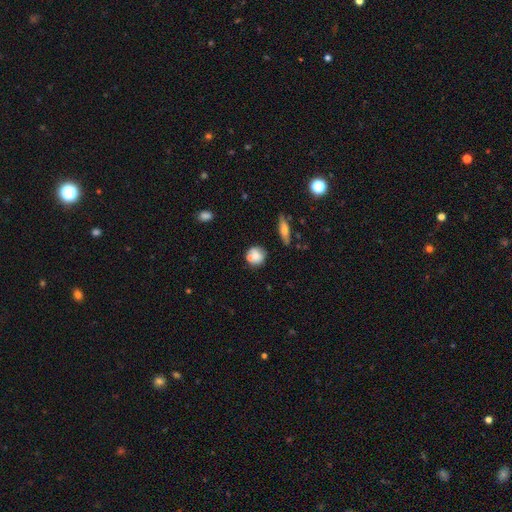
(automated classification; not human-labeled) This appears to be a smooth galaxy with no disk features (70%) that is round (82%). Merging: none (59%).